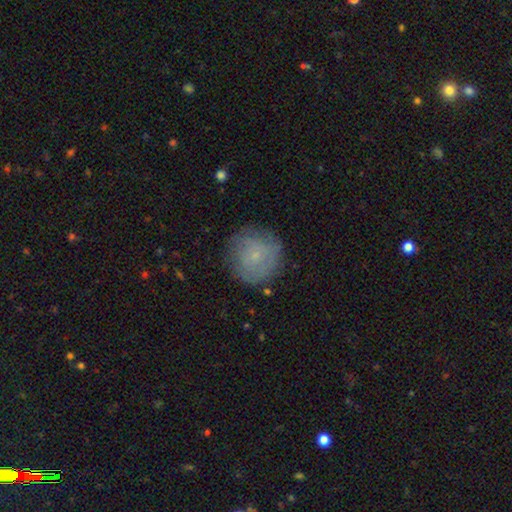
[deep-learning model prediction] Smooth or featured? smooth (59%)
How rounded? round (92%)
Merging? none (77%)